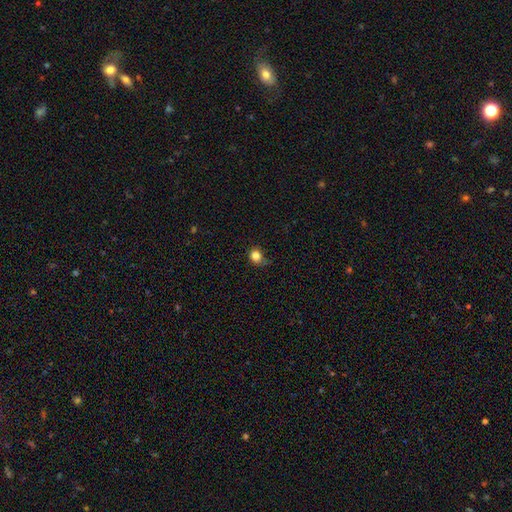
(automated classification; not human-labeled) Q: Smooth or featured?
A: smooth (83%); runner-up: star or artifact (12%)
Q: How rounded?
A: round (77%); runner-up: in between (22%)
Q: Merging?
A: none (70%); runner-up: minor disturbance (22%)